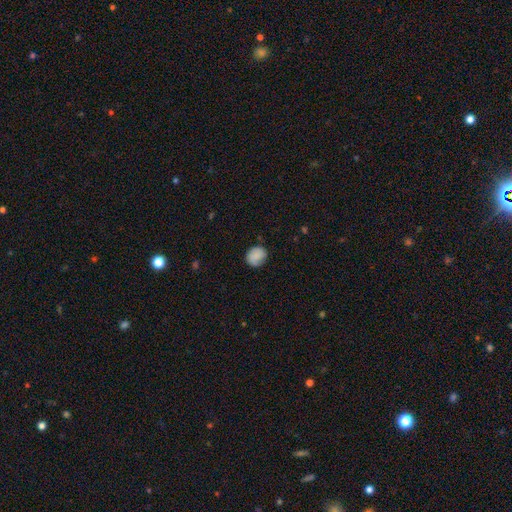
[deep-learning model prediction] Smooth or featured? smooth (79%)
How rounded? round (71%)
Merging? none (71%)